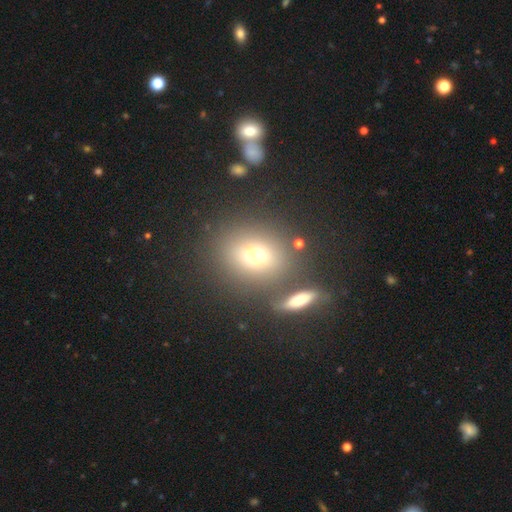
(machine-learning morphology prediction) Overall: smooth (69%). How rounded: round (63%; in between 35%). Merging: none (73%).